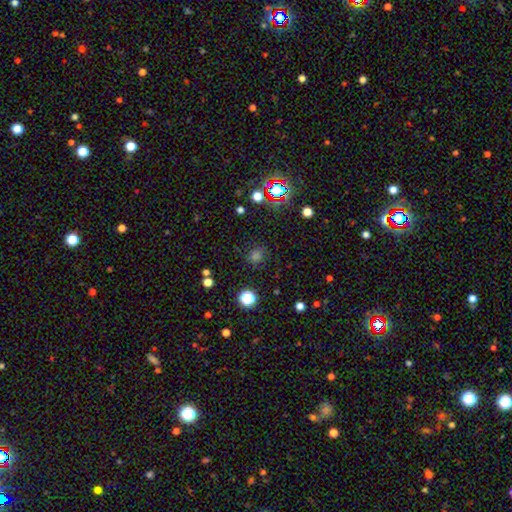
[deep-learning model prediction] Morphology: type=smooth (59%); roundness=round (76%); merging=none (83%).